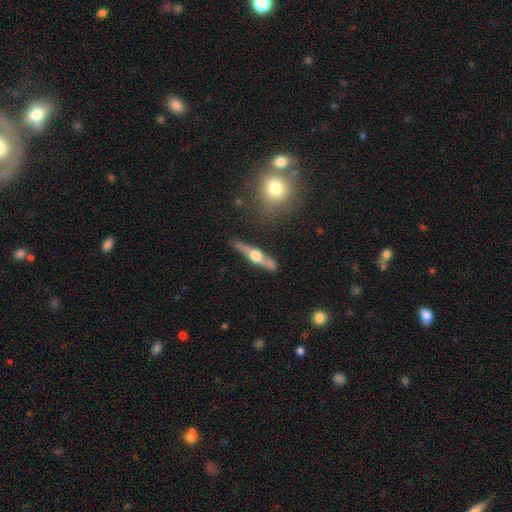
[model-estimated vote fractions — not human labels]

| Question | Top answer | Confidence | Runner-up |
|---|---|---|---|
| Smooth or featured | featured or disk | 73% | smooth (21%) |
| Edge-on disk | yes | 94% | no (6%) |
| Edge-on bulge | rounded | 93% | boxy (4%) |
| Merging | none | 80% | minor disturbance (13%) |